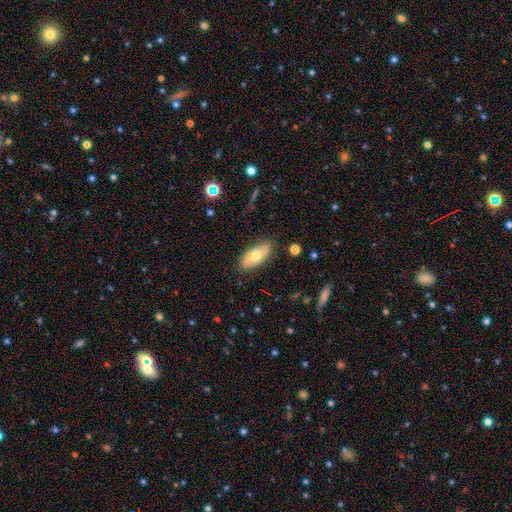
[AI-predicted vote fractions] Overall: smooth (61%; featured or disk 32%). How rounded: in between (87%). Merging: none (83%).